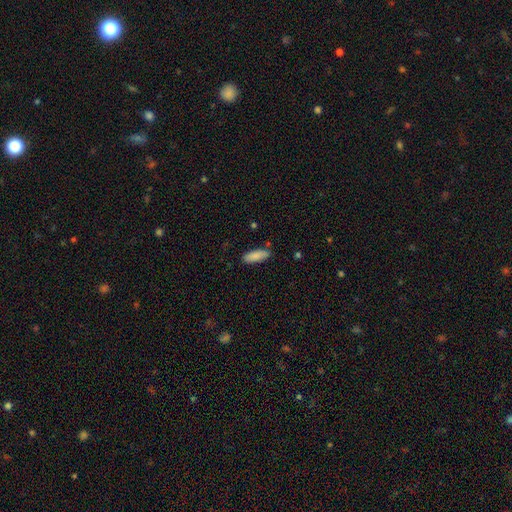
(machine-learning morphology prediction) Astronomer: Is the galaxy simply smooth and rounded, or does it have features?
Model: smooth — 88%.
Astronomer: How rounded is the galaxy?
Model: in between — 62%.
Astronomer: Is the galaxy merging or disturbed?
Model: none — 83%.